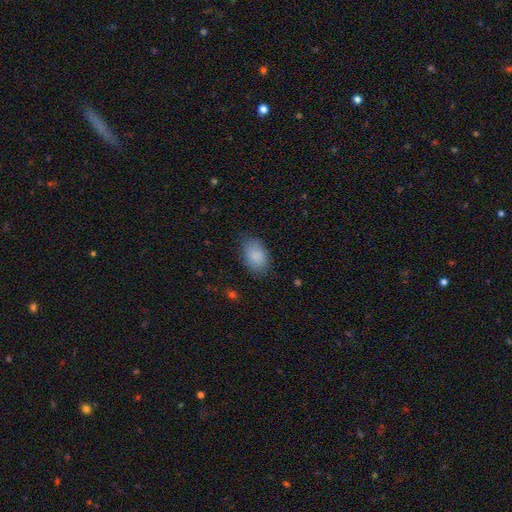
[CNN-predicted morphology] A smooth galaxy with no disk features (88%) that is in between round and cigar-shaped (82%). Merging: none (78%).